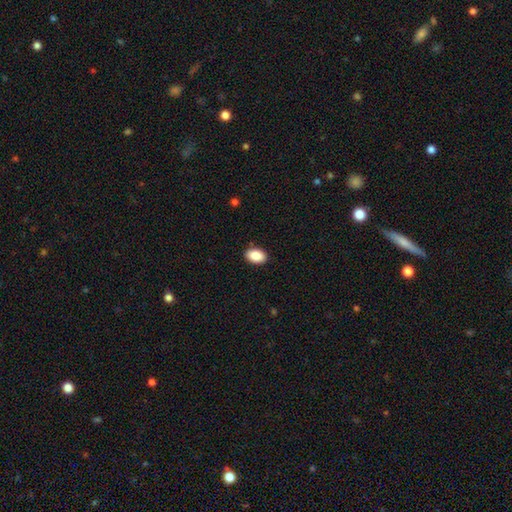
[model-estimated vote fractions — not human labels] smooth_or_featured: smooth (p=0.89) [alt: star or artifact p=0.07]
how_rounded: in between (p=0.88) [alt: round p=0.10]
merging: none (p=0.89) [alt: minor disturbance p=0.08]